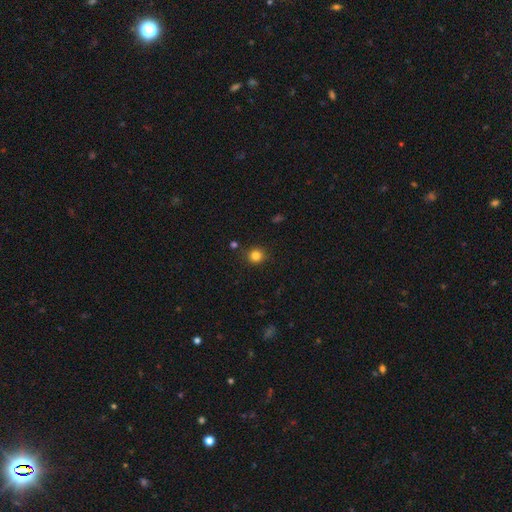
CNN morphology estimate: Smooth or featured: smooth — 82% (star or artifact — 13%)
How rounded: round — 92% (in between — 7%)
Merging: none — 88% (minor disturbance — 7%)